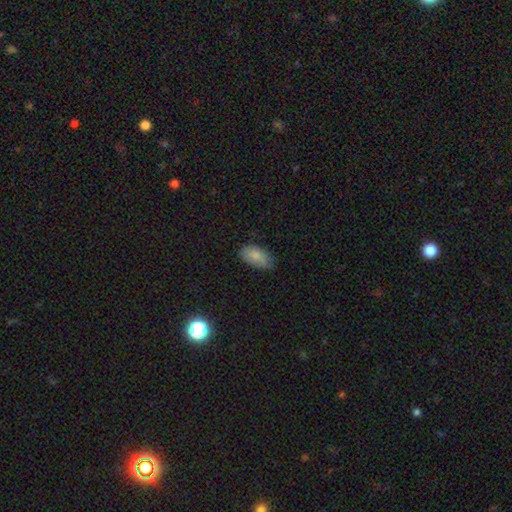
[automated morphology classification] A smooth galaxy with no disk features (86%) that is in between round and cigar-shaped (94%).

Vote fractions:
- Smooth or featured? smooth: 86% / featured or disk: 7% / star or artifact: 7%
- How rounded? in between: 94% / round: 3% / cigar-shaped: 3%
- Merging? none: 74% / minor disturbance: 21% / major disturbance: 4% / merger: 1%